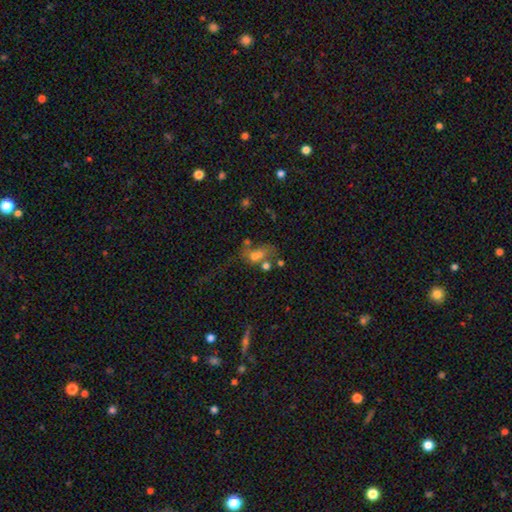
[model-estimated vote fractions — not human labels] smooth-or-featured: smooth: 51% | featured or disk: 28% | star or artifact: 21%
  how-rounded: in between: 70% | round: 26% | cigar-shaped: 4%
  merging: merger: 39% | none: 25% | major disturbance: 22% | minor disturbance: 13%